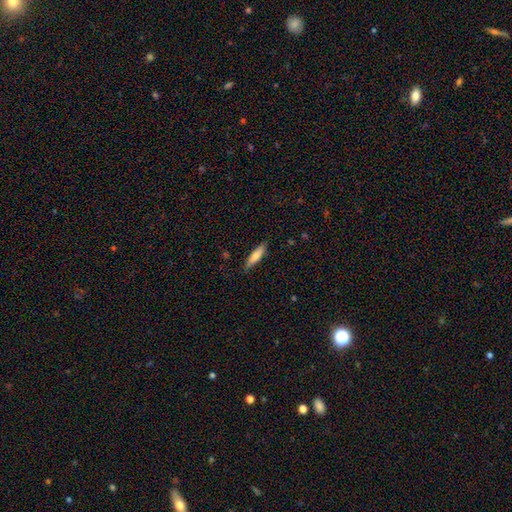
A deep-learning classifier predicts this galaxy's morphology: Smooth or featured: smooth — 72% (featured or disk — 23%)
How rounded: cigar-shaped — 72% (in between — 27%)
Merging: none — 85% (minor disturbance — 12%)